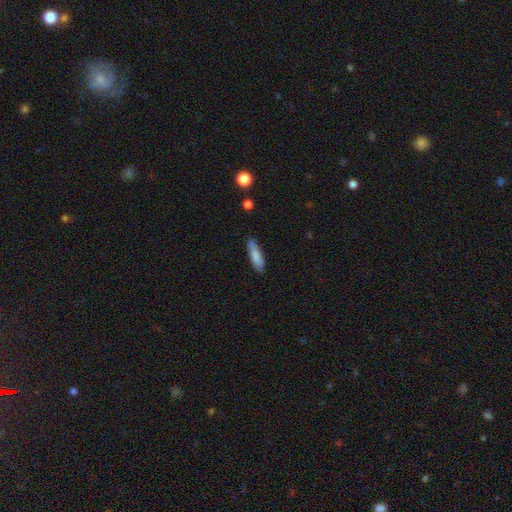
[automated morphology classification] Overall: smooth (81%). How rounded: cigar-shaped (68%; in between 31%). Merging: none (83%).